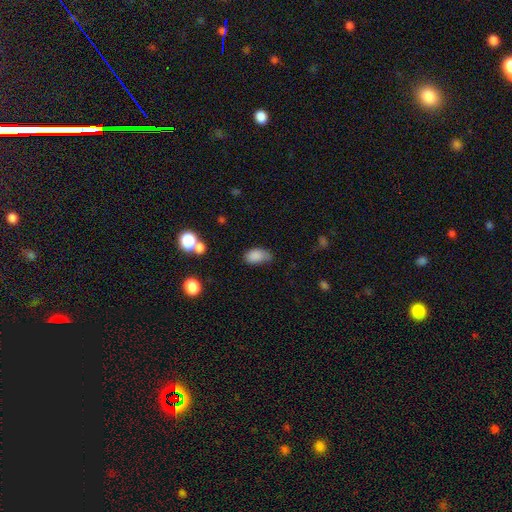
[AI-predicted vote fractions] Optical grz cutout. It shows a smooth galaxy with no disk features (84%) that is in between round and cigar-shaped (90%). Merging: none (47%).